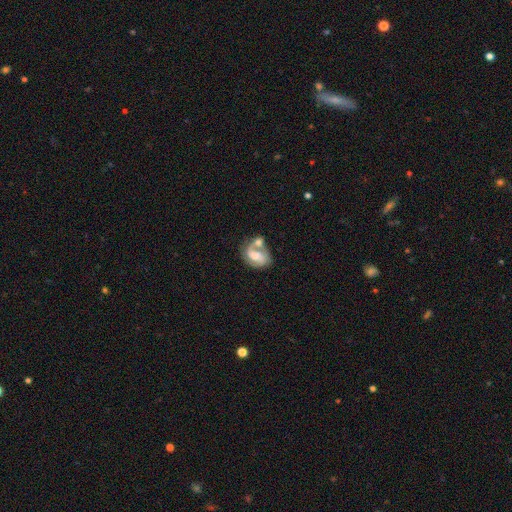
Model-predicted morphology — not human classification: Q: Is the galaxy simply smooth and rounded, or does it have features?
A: featured or disk — 59%.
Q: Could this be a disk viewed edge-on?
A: no — 97%.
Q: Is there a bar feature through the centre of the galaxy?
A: no — 46%.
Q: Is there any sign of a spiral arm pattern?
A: yes — 79%.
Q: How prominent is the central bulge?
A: moderate — 41%.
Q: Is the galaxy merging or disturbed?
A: merger — 47%.